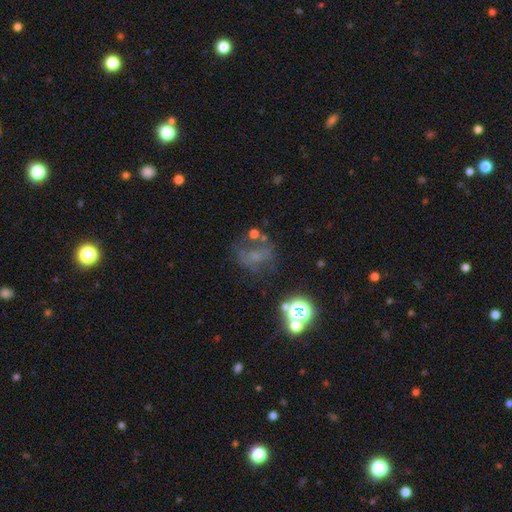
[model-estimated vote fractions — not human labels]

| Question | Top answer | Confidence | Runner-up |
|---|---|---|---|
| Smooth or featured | featured or disk | 36% | star or artifact (32%) |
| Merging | none | 48% | major disturbance (22%) |